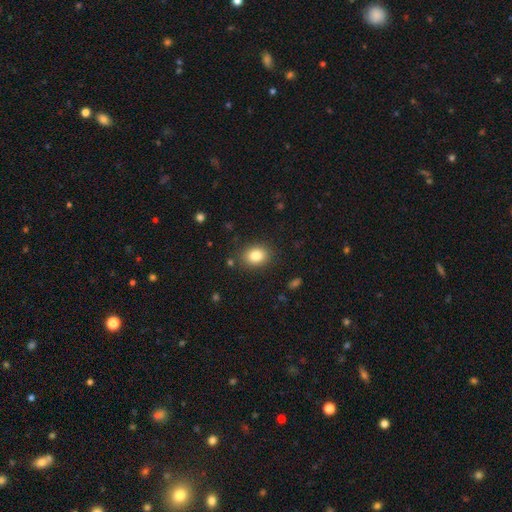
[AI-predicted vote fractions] Morphology: type=smooth (83%); roundness=in between (51%); merging=none (86%).